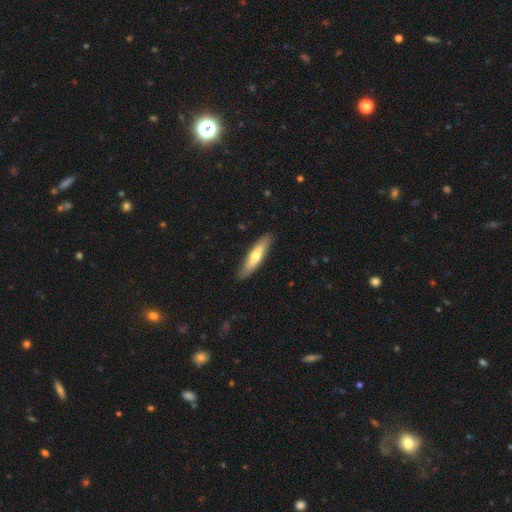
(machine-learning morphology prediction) smooth 58%, featured or disk 37%, star or artifact 5%. Down the decision tree: how rounded — cigar-shaped (72%); merging — none (86%).